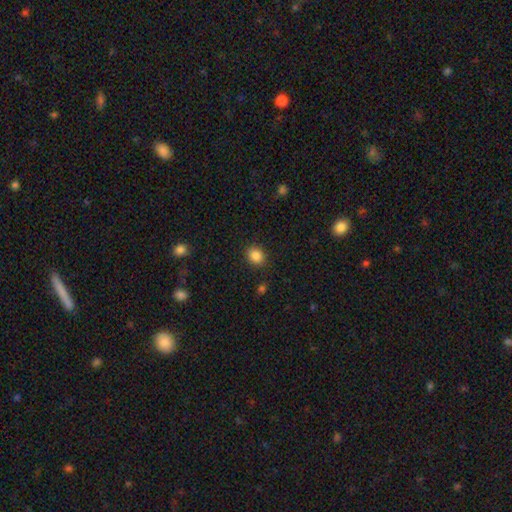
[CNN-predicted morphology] A smooth galaxy with no disk features (86%) that is round (59%). Merging: none (89%).